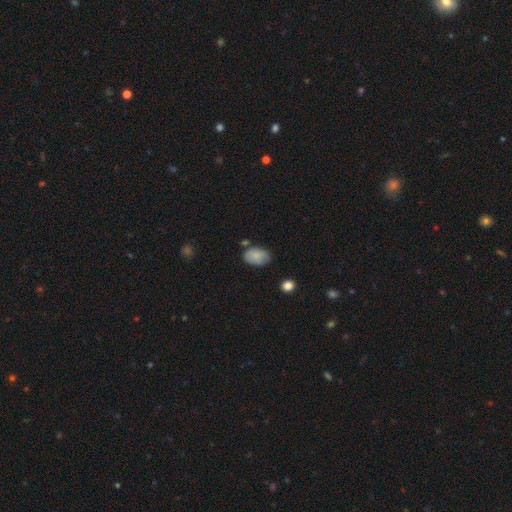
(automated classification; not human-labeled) This appears to be a smooth galaxy with no disk features (81%) that is in between round and cigar-shaped (89%). Merging: none (68%).